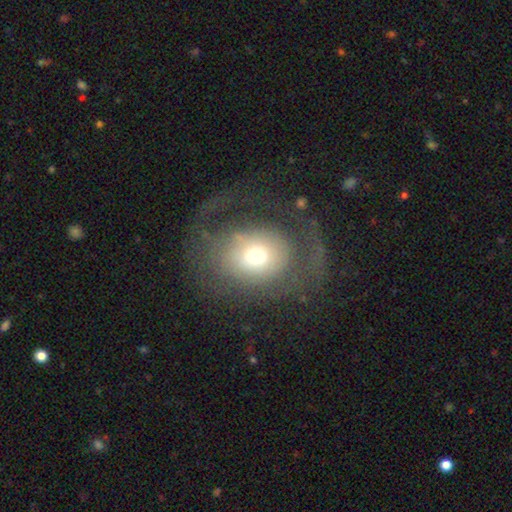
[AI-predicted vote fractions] Smooth or featured?
  - smooth: 46% *
  - featured or disk: 43%
  - star or artifact: 11%
Merging?
  - none: 48% *
  - major disturbance: 34%
  - minor disturbance: 17%
  - merger: 2%